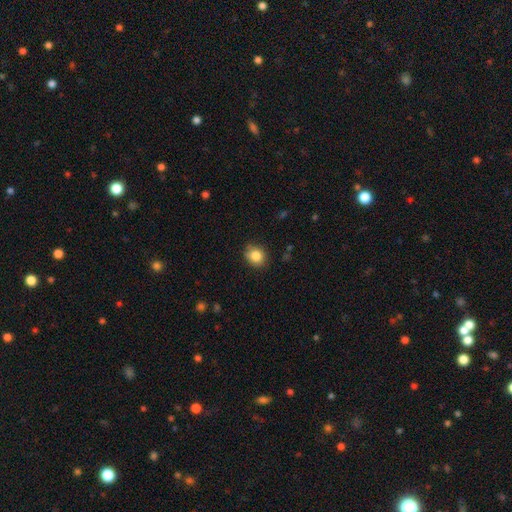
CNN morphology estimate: smooth-or-featured: smooth: 84% | star or artifact: 10% | featured or disk: 7%
  how-rounded: round: 75% | in between: 24% | cigar-shaped: 1%
  merging: none: 81% | minor disturbance: 15% | major disturbance: 3% | merger: 2%